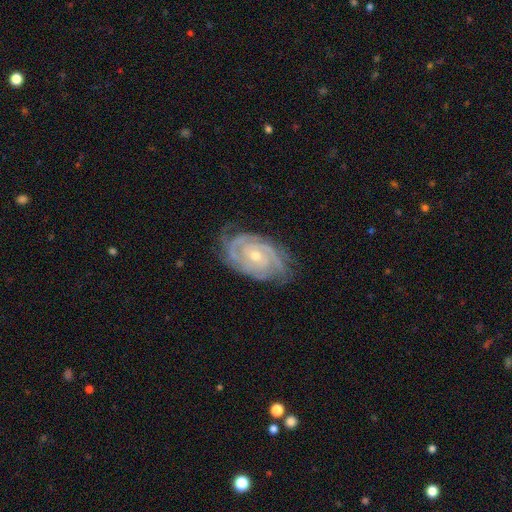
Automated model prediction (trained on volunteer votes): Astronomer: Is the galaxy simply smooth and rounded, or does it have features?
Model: featured or disk — 90%.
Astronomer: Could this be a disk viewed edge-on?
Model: no — 96%.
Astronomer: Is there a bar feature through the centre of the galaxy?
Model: no — 69%.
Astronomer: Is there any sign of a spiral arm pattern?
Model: yes — 98%.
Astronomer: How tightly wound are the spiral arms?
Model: tight — 78%.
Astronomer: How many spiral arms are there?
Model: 2 — 31% (runner-up: 3, 30%).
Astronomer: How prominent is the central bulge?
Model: small — 58% (runner-up: moderate, 40%).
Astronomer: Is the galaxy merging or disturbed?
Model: none — 75%.